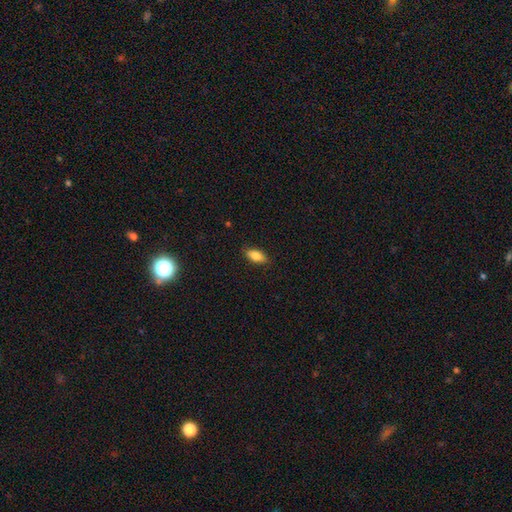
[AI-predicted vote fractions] Smooth or featured: smooth — 83% (featured or disk — 10%)
How rounded: in between — 87% (cigar-shaped — 10%)
Merging: none — 87% (minor disturbance — 10%)